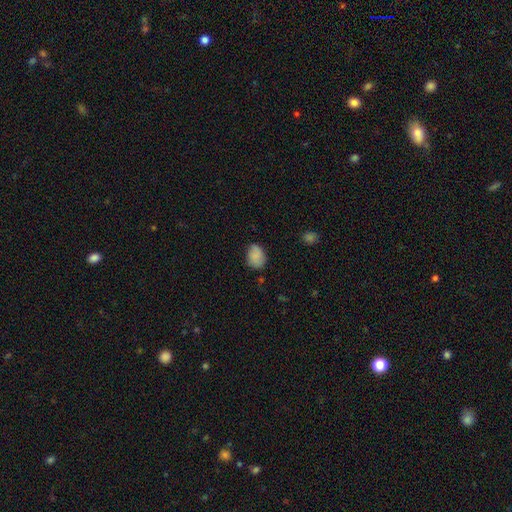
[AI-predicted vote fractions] Smooth or featured? smooth (85%)
How rounded? in between (70%)
Merging? none (67%)